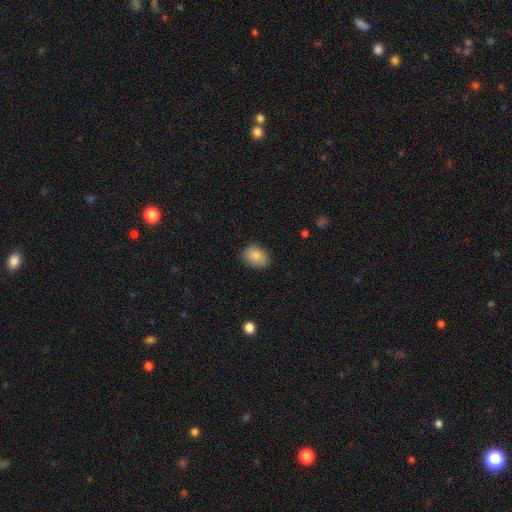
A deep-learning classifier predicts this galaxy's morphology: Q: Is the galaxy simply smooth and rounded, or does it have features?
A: smooth — 86%.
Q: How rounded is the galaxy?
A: in between — 70%.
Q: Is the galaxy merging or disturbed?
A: none — 81%.